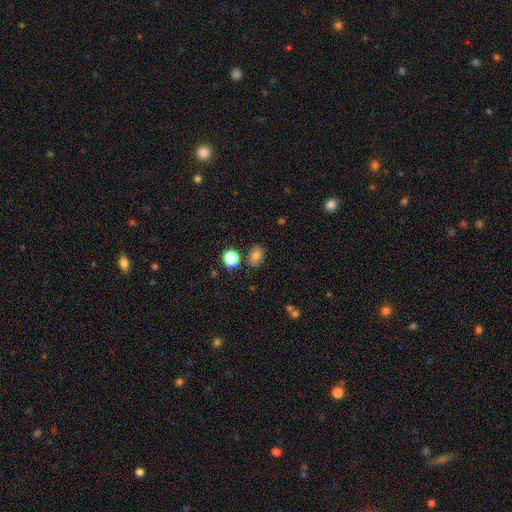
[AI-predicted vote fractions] Smooth or featured? Predicted: smooth (p=0.71). How rounded? Predicted: in between (p=0.68). Merging? Predicted: none (p=0.80).